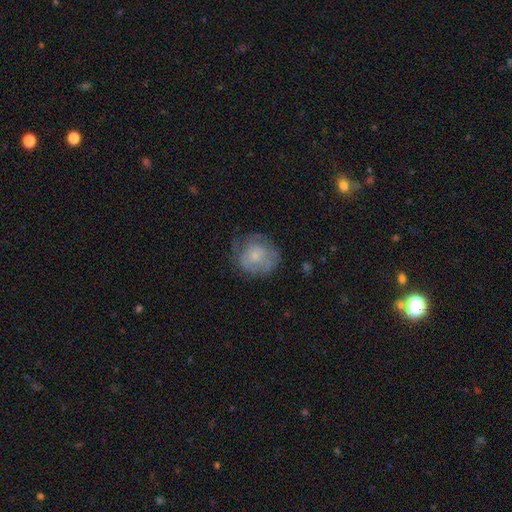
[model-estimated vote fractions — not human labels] Overall: smooth (51%; featured or disk 40%). How rounded: round (84%). Merging: none (59%; minor disturbance 25%).